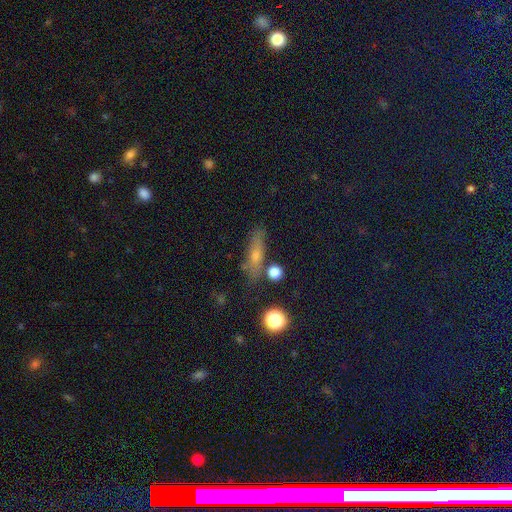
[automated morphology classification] This is possibly a smooth galaxy (54%). How rounded: possibly cigar-shaped (58%). Merging: likely none (73%).